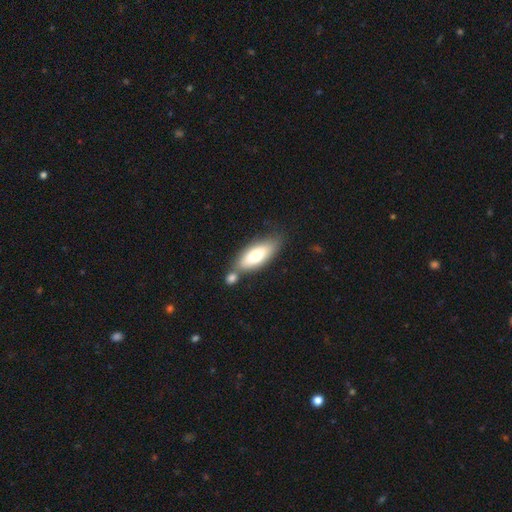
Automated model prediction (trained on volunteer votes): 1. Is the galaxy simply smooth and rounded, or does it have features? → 71% smooth, 23% featured or disk, 6% star or artifact.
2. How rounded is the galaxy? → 73% in between, 25% cigar-shaped, 2% round.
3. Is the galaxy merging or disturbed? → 51% none, 30% merger, 15% minor disturbance, 4% major disturbance.